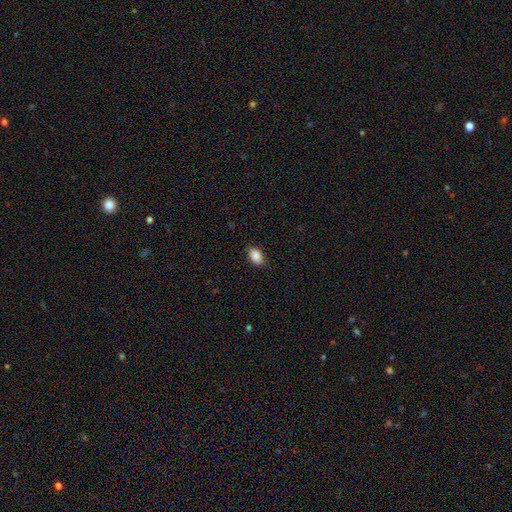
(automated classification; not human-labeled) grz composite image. It shows a smooth galaxy with no disk features (89%) that is in between round and cigar-shaped (87%). Merging: none (82%).